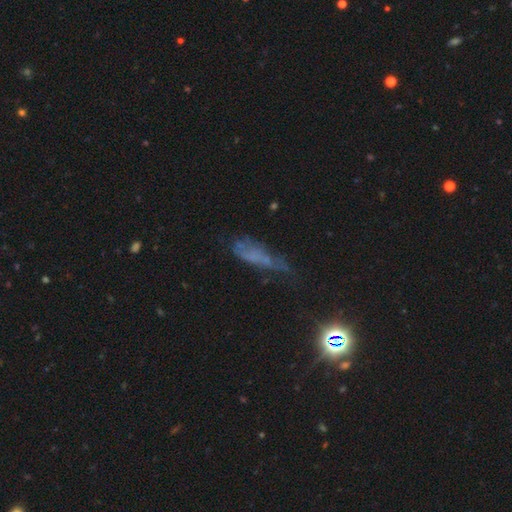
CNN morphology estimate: Smooth or featured? Predicted: smooth (p=0.40). Merging? Predicted: none (p=0.34).